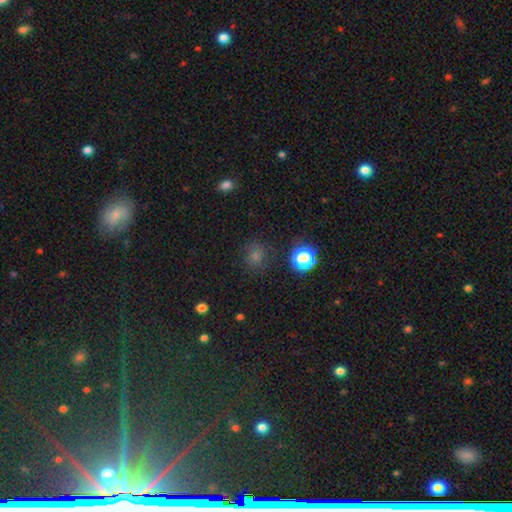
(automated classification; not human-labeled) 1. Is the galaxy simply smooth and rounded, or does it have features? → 61% smooth, 32% star or artifact, 7% featured or disk.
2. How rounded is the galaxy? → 83% round, 15% in between, 1% cigar-shaped.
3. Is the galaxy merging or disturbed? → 84% none, 10% minor disturbance, 4% major disturbance, 2% merger.